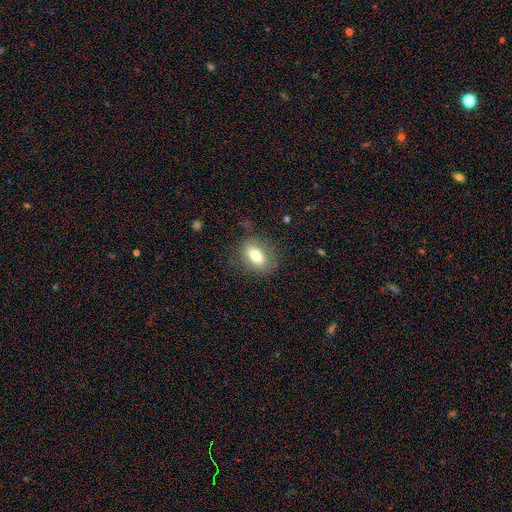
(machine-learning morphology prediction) A smooth galaxy with no disk features (74%) that is in between round and cigar-shaped (77%). Merging: none (80%).